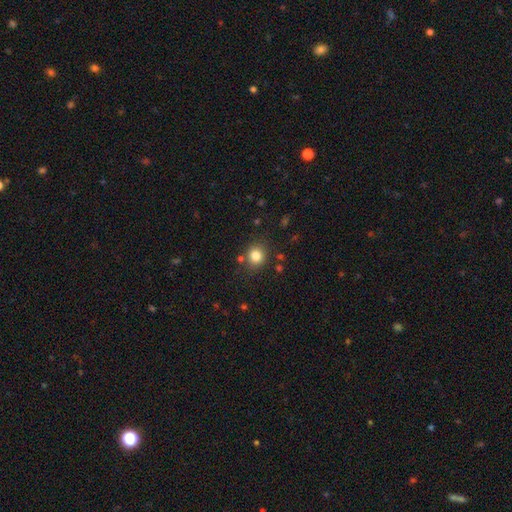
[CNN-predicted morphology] The model was most divided on "how rounded": round: 83%, in between: 16%, cigar-shaped: 1%. More confident: smooth or featured — smooth (82%); merging — none (82%).